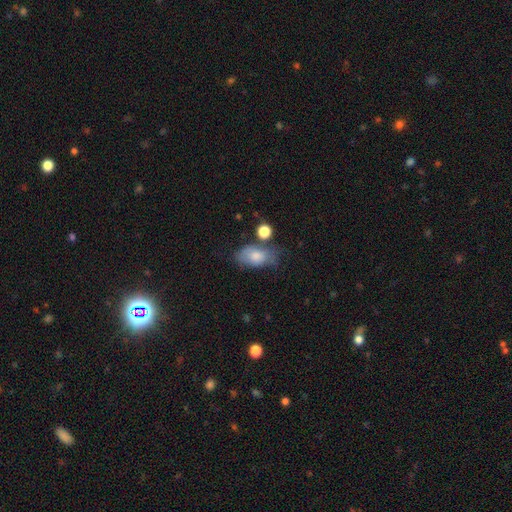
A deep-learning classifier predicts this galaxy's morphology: Smooth or featured?
  - smooth: 76% *
  - featured or disk: 16%
  - star or artifact: 8%
How rounded?
  - in between: 88% *
  - round: 8%
  - cigar-shaped: 3%
Merging?
  - none: 47% *
  - minor disturbance: 29%
  - major disturbance: 13%
  - merger: 11%